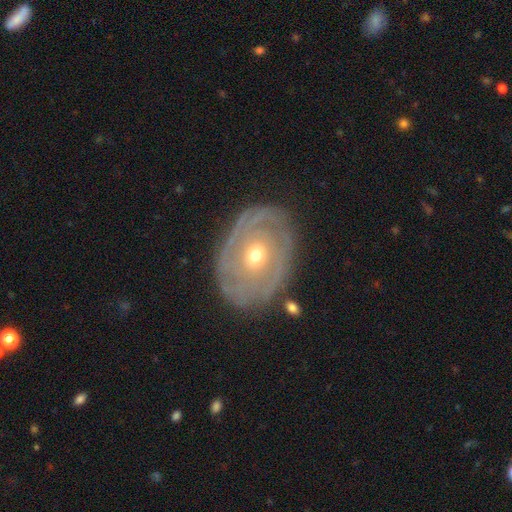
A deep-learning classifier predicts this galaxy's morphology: This appears to be a featured or disk galaxy (81%) with no bar (76%), tight (77%) spiral arms (81%) and a moderate central bulge (51%). Merging: none (79%).